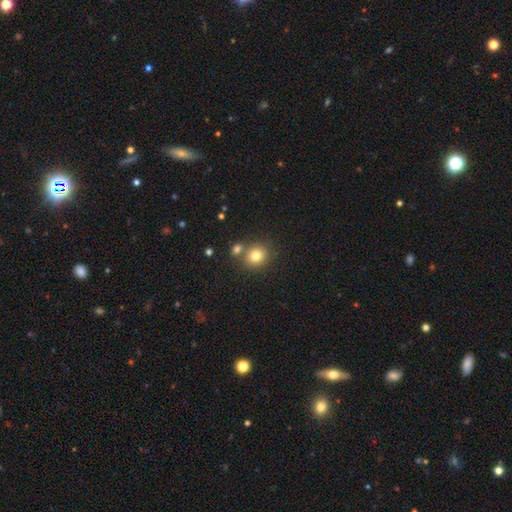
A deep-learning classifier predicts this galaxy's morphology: smooth_or_featured: smooth (p=0.79) [alt: star or artifact p=0.12]
how_rounded: round (p=0.80) [alt: in between p=0.19]
merging: none (p=0.66) [alt: merger p=0.21]